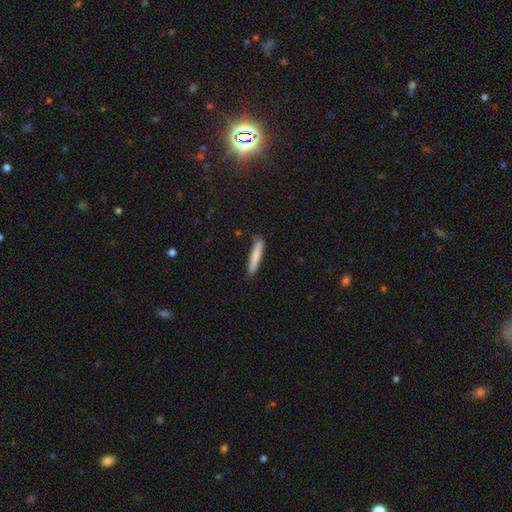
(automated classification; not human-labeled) smooth 77%, featured or disk 17%, star or artifact 6%. Down the decision tree: how rounded — cigar-shaped (93%); merging — none (82%).